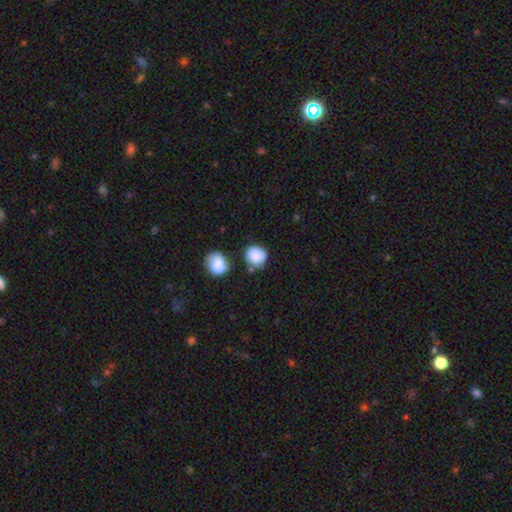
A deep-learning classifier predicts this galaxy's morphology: Overall: smooth (85%). How rounded: round (85%). Merging: none (66%).